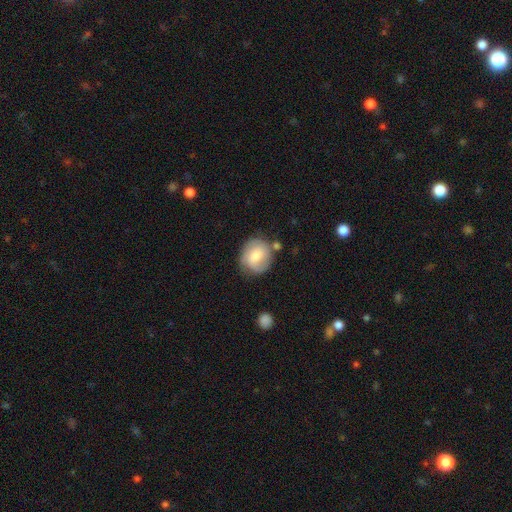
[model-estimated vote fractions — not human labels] Morphology: type=smooth (50%); roundness=round (76%); merging=none (66%).